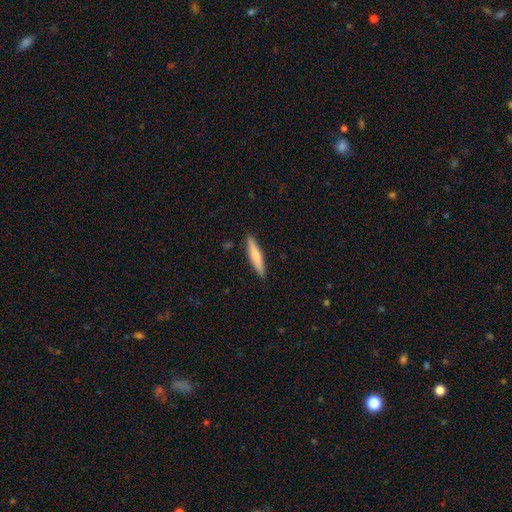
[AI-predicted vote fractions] Overall: smooth (69%). How rounded: cigar-shaped (87%). Merging: none (90%).